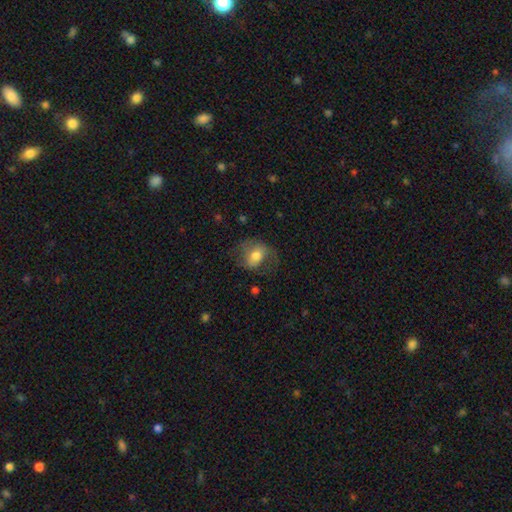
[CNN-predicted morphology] Smooth or featured? Predicted: smooth (p=0.58). How rounded? Predicted: in between (p=0.52). Merging? Predicted: none (p=0.48).